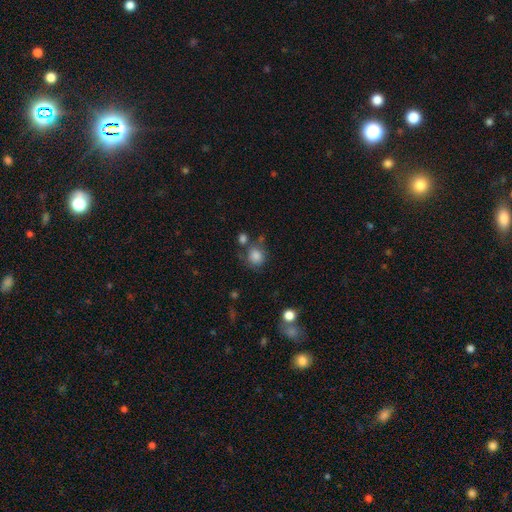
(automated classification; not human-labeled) Smooth or featured?
  - smooth: 82% *
  - star or artifact: 10%
  - featured or disk: 7%
How rounded?
  - round: 82% *
  - in between: 17%
  - cigar-shaped: 1%
Merging?
  - none: 61% *
  - minor disturbance: 17%
  - merger: 14%
  - major disturbance: 7%